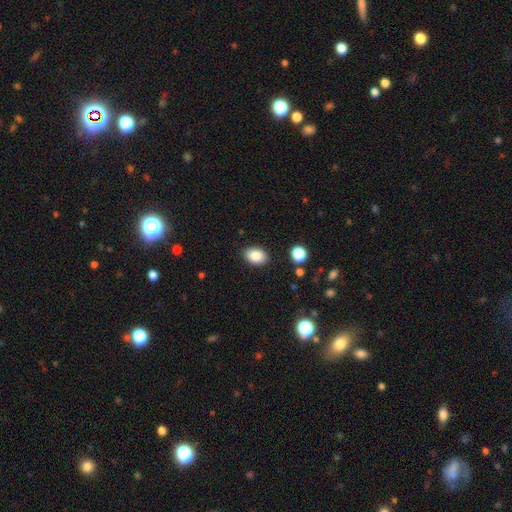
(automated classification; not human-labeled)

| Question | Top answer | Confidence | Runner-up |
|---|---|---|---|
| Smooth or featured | smooth | 86% | star or artifact (8%) |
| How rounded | in between | 81% | round (18%) |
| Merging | none | 88% | minor disturbance (8%) |